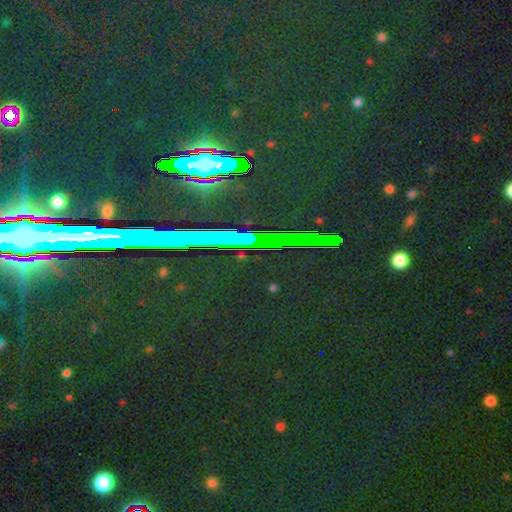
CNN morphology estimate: Smooth or featured: star or artifact — 85% (featured or disk — 8%)